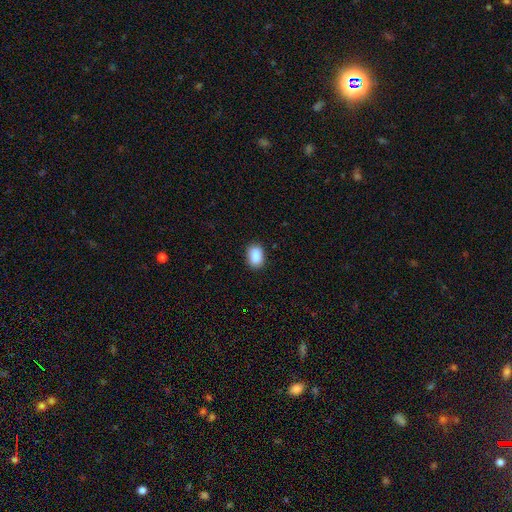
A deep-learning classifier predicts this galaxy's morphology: Q: Smooth or featured?
A: smooth (89%); runner-up: star or artifact (7%)
Q: How rounded?
A: in between (82%); runner-up: round (17%)
Q: Merging?
A: none (86%); runner-up: minor disturbance (11%)